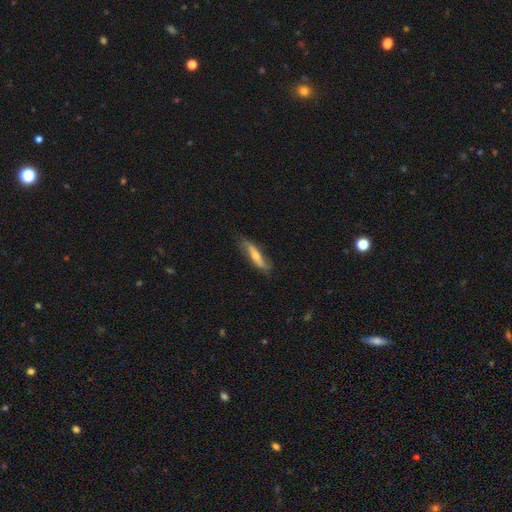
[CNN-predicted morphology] type=featured or disk (60%); edge-on=yes (58%); merging=none (78%).